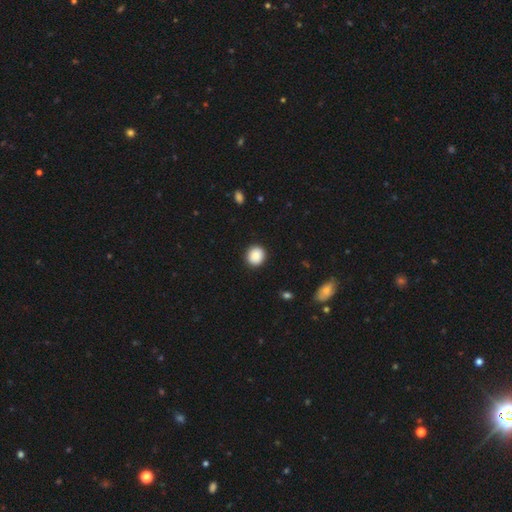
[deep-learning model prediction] Smooth or featured? Predicted: smooth (p=0.89). How rounded? Predicted: round (p=0.84). Merging? Predicted: none (p=0.91).